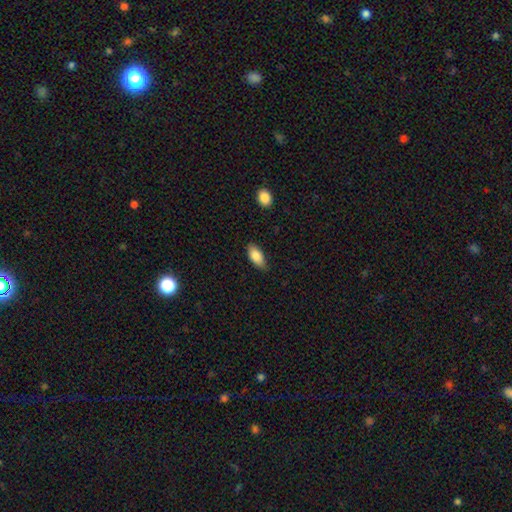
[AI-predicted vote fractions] Smooth or featured? smooth (85%)
How rounded? in between (90%)
Merging? none (79%)